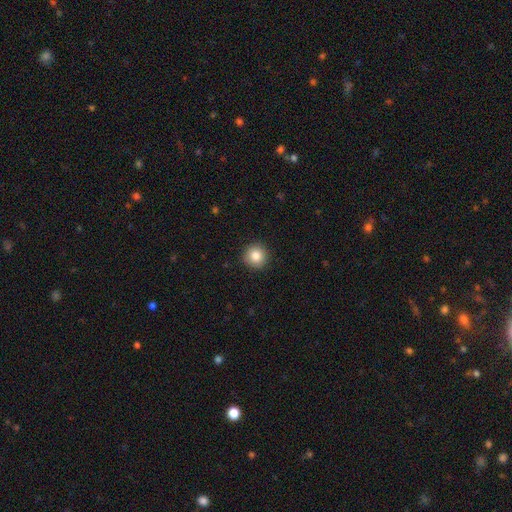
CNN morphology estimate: smooth-or-featured: smooth: 84% | star or artifact: 10% | featured or disk: 6%
  how-rounded: round: 94% | in between: 5% | cigar-shaped: 1%
  merging: none: 92% | minor disturbance: 6% | major disturbance: 2% | merger: 1%